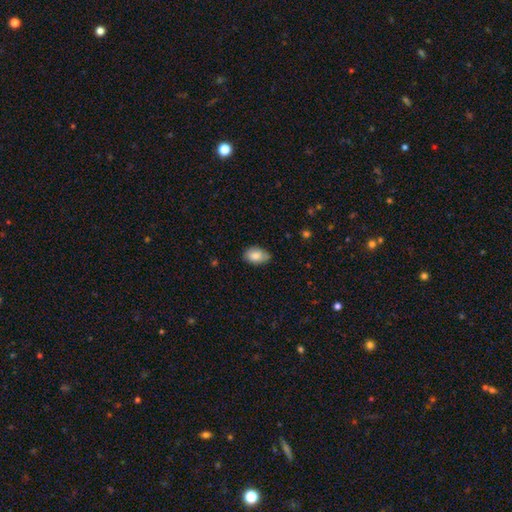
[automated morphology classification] A smooth galaxy with no disk features (83%) that is in between round and cigar-shaped (86%). Merging: none (72%).